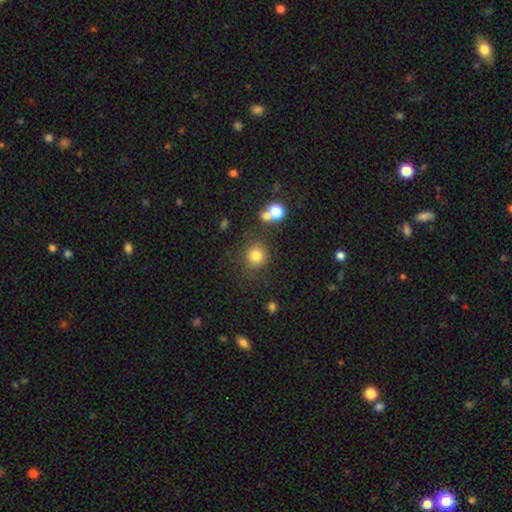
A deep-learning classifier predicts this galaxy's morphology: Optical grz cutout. It shows a smooth galaxy with no disk features (82%) that is round (90%). Merging: none (76%).